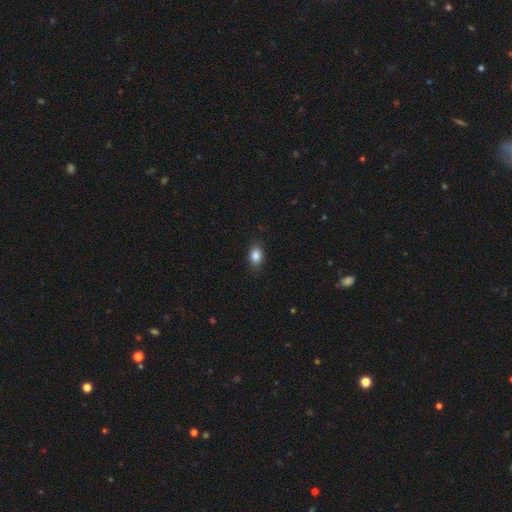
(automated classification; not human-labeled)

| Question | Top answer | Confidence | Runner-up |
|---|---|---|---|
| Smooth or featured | smooth | 86% | star or artifact (9%) |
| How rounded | in between | 75% | round (23%) |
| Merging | none | 85% | minor disturbance (12%) |